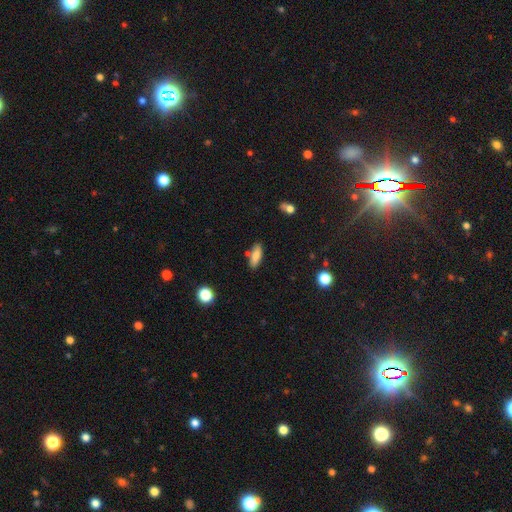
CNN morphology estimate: Q: Smooth or featured?
A: smooth (78%); runner-up: featured or disk (14%)
Q: How rounded?
A: in between (67%); runner-up: cigar-shaped (30%)
Q: Merging?
A: none (78%); runner-up: minor disturbance (13%)